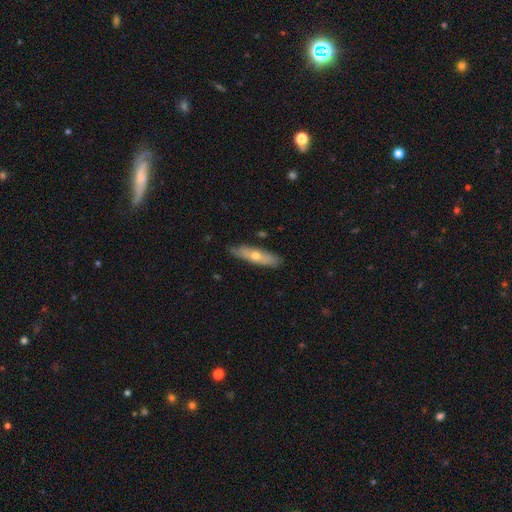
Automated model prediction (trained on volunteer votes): Smooth or featured? featured or disk (49%)
Merging? none (86%)